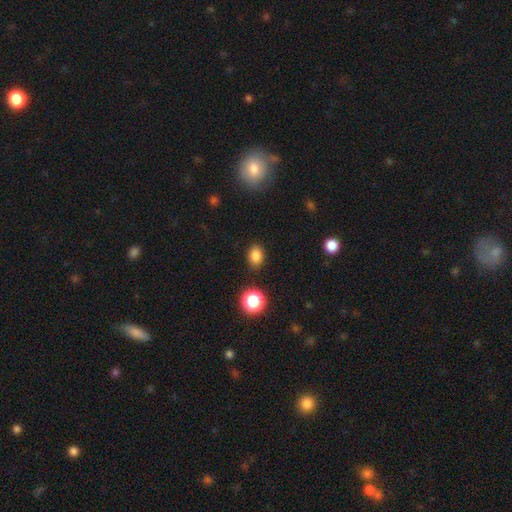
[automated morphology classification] Smooth or featured?
  - smooth: 82% *
  - star or artifact: 13%
  - featured or disk: 4%
How rounded?
  - in between: 64% *
  - round: 35%
  - cigar-shaped: 1%
Merging?
  - none: 85% *
  - minor disturbance: 10%
  - major disturbance: 3%
  - merger: 2%